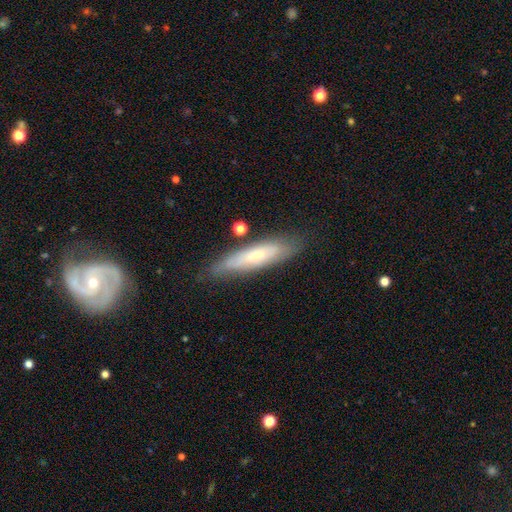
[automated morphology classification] Smooth or featured: smooth — 51% (featured or disk — 42%)
How rounded: cigar-shaped — 79% (in between — 19%)
Merging: none — 78% (minor disturbance — 15%)